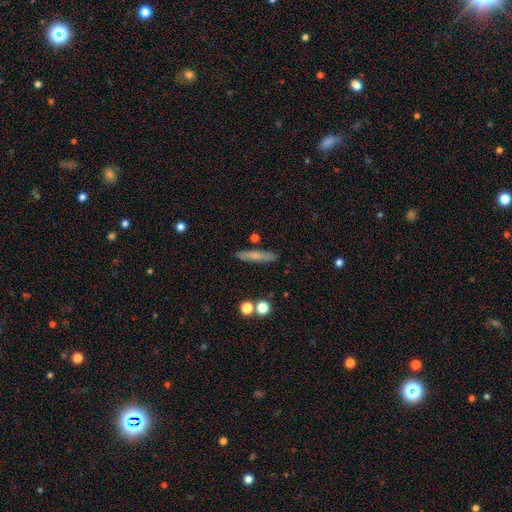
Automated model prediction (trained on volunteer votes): This is likely a smooth galaxy (65%). How rounded: clearly cigar-shaped (89%). Merging: clearly none (85%).